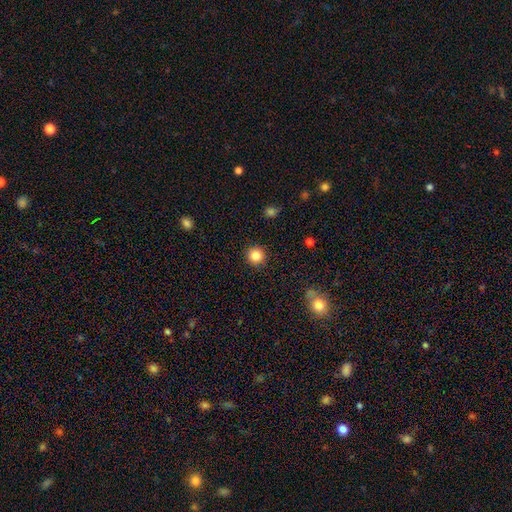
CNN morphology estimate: Overall: smooth (85%). How rounded: round (95%). Merging: none (91%).